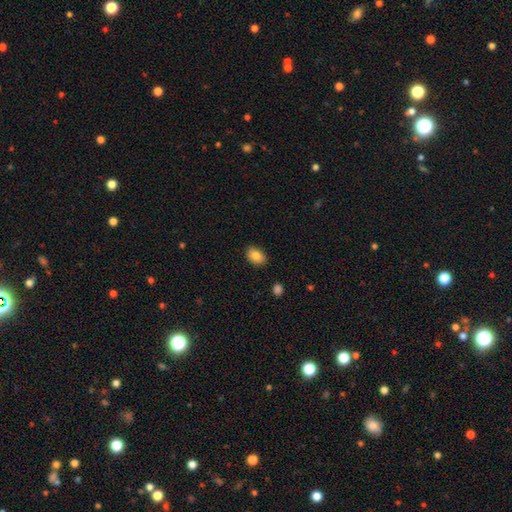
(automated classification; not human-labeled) Smooth or featured: smooth — 85% (star or artifact — 8%)
How rounded: in between — 80% (round — 19%)
Merging: none — 86% (minor disturbance — 11%)